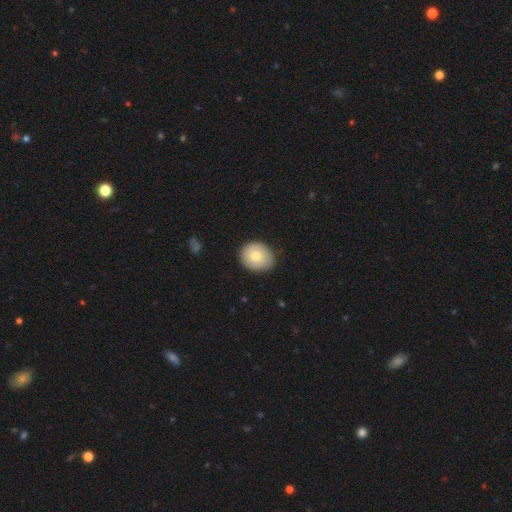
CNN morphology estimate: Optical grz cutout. It shows a smooth galaxy with no disk features (73%) that is round (66%). Merging: none (83%).